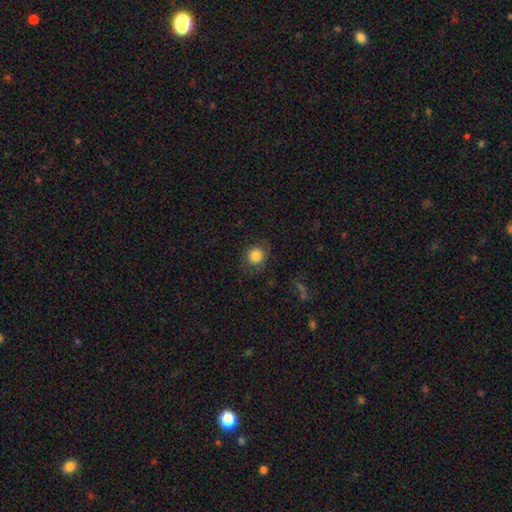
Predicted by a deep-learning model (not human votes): Morphology: type=smooth (83%); roundness=round (83%); merging=none (80%).